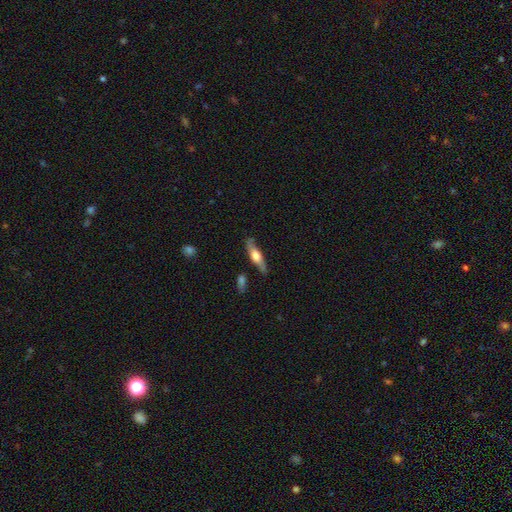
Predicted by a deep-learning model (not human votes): A featured or disk galaxy (52%) viewed edge-on (75%).

Vote fractions:
- Smooth or featured? featured or disk: 52% / smooth: 43% / star or artifact: 6%
- Edge-on disk? yes: 75% / no: 25%
- Merging? none: 75% / minor disturbance: 17% / major disturbance: 4% / merger: 3%